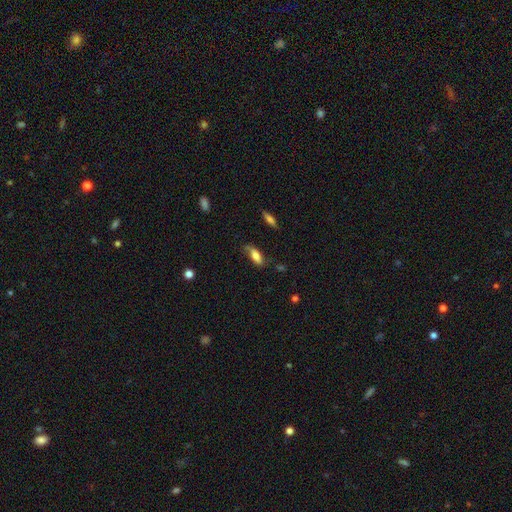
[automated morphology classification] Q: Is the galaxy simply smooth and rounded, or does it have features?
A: smooth — 69%.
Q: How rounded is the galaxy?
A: in between — 74%.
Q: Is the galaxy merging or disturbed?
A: none — 59%.